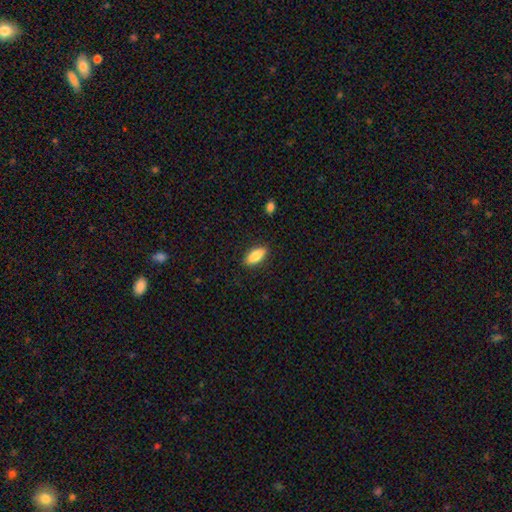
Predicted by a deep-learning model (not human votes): Q: Smooth or featured?
A: smooth (85%); runner-up: featured or disk (9%)
Q: How rounded?
A: in between (83%); runner-up: cigar-shaped (14%)
Q: Merging?
A: none (88%); runner-up: minor disturbance (8%)